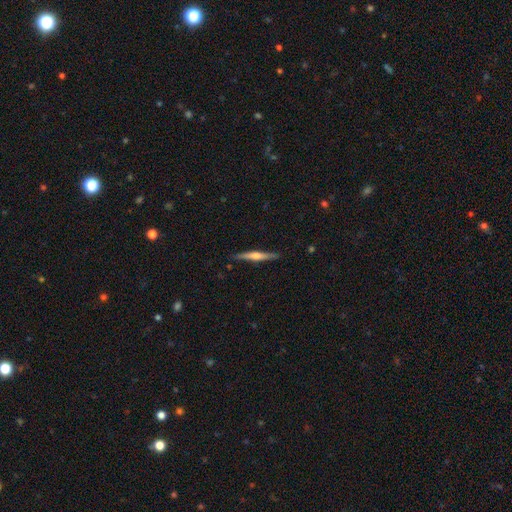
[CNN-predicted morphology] Smooth or featured? Predicted: featured or disk (p=0.62). Edge-on disk? Predicted: yes (p=0.97). Edge-on bulge? Predicted: rounded (p=0.70). Merging? Predicted: none (p=0.89).